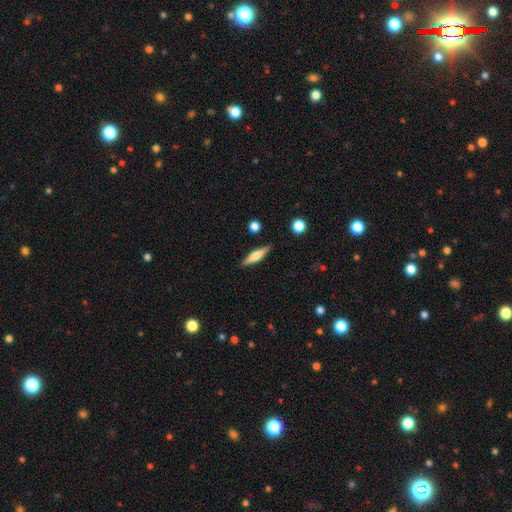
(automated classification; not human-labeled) Smooth or featured: featured or disk — 48% (smooth — 46%)
Merging: none — 88% (minor disturbance — 9%)